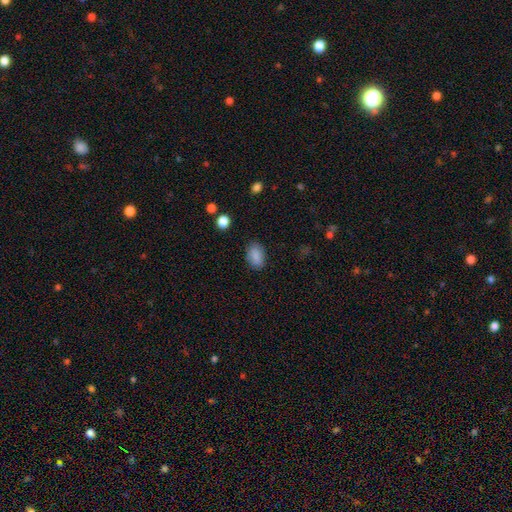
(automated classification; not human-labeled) This appears to be a smooth galaxy with no disk features (86%) that is in between round and cigar-shaped (87%). Merging: none (82%).